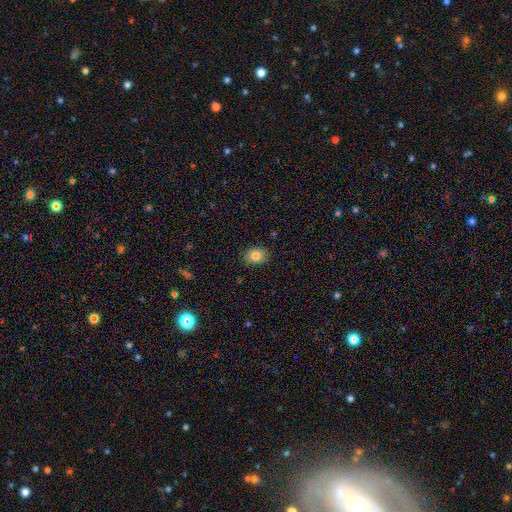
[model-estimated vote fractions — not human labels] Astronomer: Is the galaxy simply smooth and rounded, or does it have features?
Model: smooth — 83%.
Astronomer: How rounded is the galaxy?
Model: in between — 55% (runner-up: round, 44%).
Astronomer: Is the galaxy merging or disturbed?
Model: none — 87%.